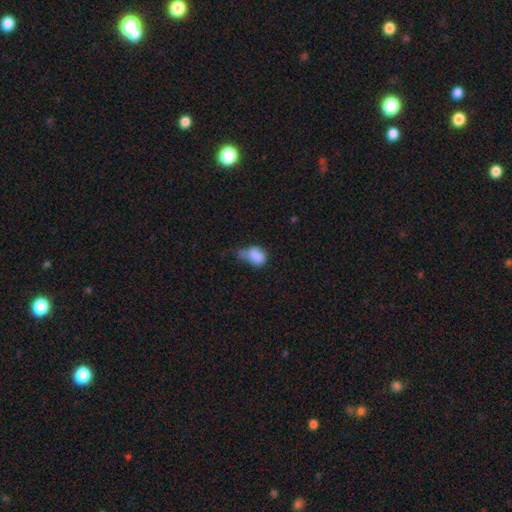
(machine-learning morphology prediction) type=smooth (80%); roundness=in between (75%); merging=minor disturbance (37%).